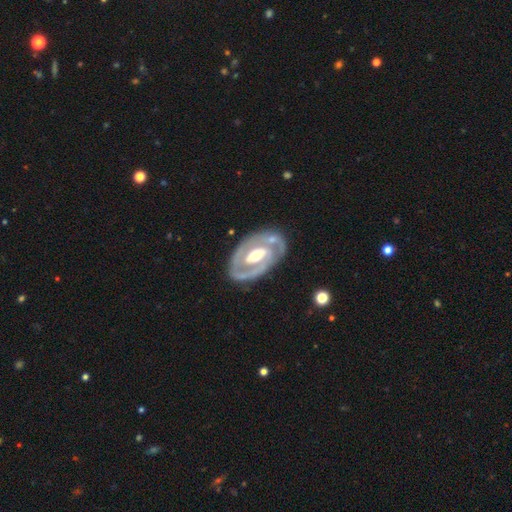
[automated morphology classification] Smooth or featured? featured or disk (84%)
Edge-on disk? no (95%)
Bar? weak (37%)
Spiral arms? yes (75%)
Spiral winding? tight (59%)
Spiral arm count? 2 (69%)
Bulge size? moderate (69%)
Merging? none (71%)